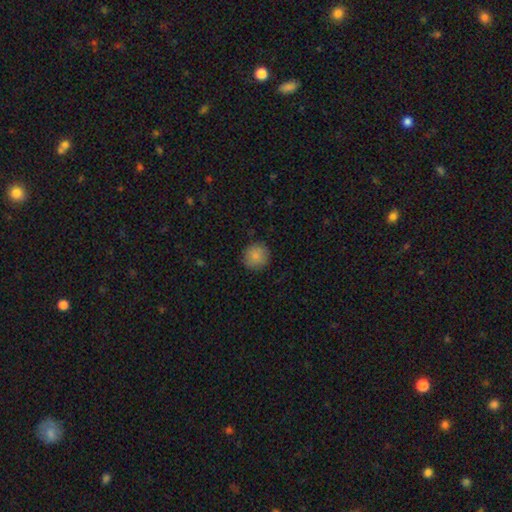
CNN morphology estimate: Smooth or featured? Predicted: smooth (p=0.87). How rounded? Predicted: round (p=0.91). Merging? Predicted: none (p=0.88).